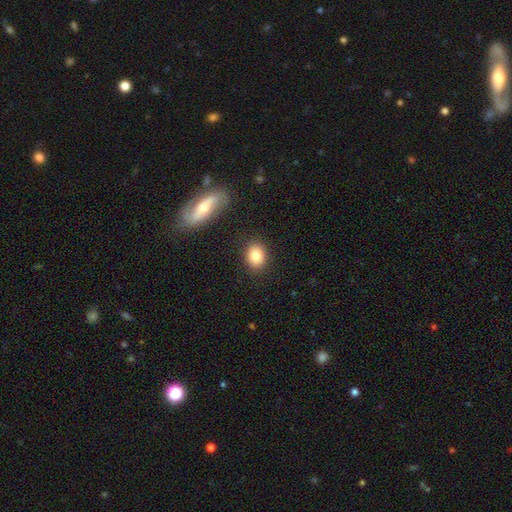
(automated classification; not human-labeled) This appears to be a smooth galaxy with no disk features (83%) that is in between round and cigar-shaped (52%). Merging: none (87%).